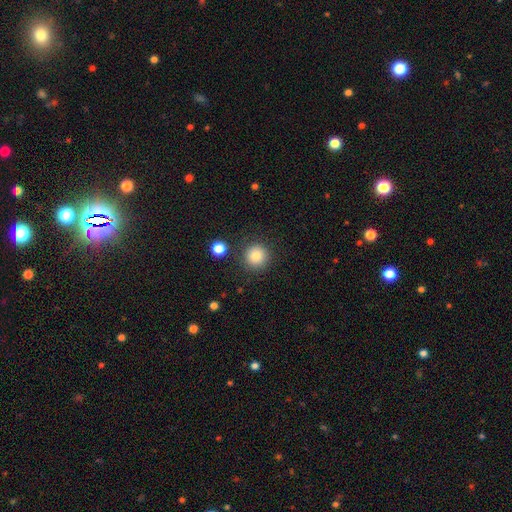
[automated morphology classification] The model was most divided on "smooth or featured": smooth: 84%, star or artifact: 10%, featured or disk: 6%. More confident: how rounded — round (95%); merging — none (86%).